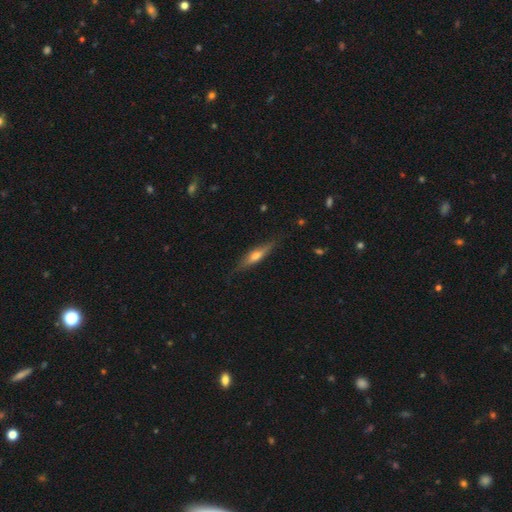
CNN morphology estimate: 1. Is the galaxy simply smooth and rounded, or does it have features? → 55% featured or disk, 38% smooth, 6% star or artifact.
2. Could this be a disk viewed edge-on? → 93% yes, 7% no.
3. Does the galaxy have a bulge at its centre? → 86% rounded, 8% none, 7% boxy.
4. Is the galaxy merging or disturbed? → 82% none, 14% minor disturbance, 3% major disturbance, 1% merger.